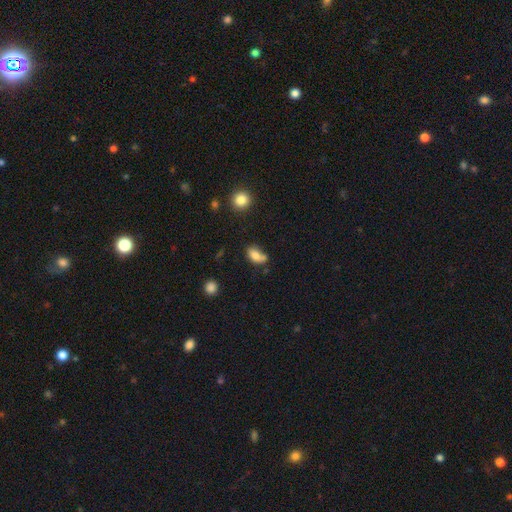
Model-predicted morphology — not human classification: Smooth or featured: smooth — 78% (featured or disk — 12%)
How rounded: in between — 84% (round — 14%)
Merging: none — 41% (merger — 31%)